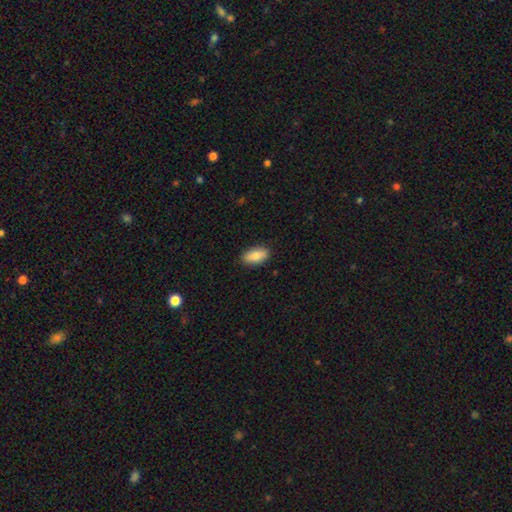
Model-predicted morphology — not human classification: This is clearly a smooth galaxy (81%). How rounded: clearly in between (90%). Merging: clearly none (88%).